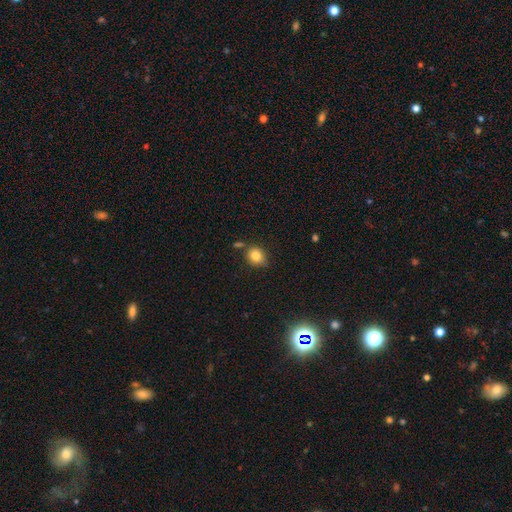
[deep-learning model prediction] Smooth or featured: smooth — 83% (star or artifact — 10%)
How rounded: round — 67% (in between — 32%)
Merging: none — 72% (minor disturbance — 16%)